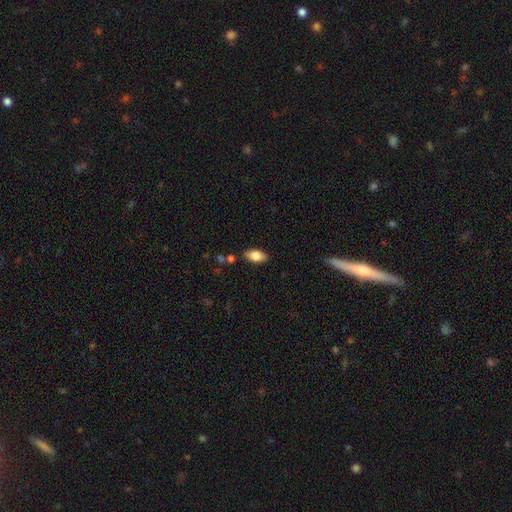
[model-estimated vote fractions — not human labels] This appears to be a smooth galaxy with no disk features (80%) that is in between round and cigar-shaped (91%). Merging: none (84%).